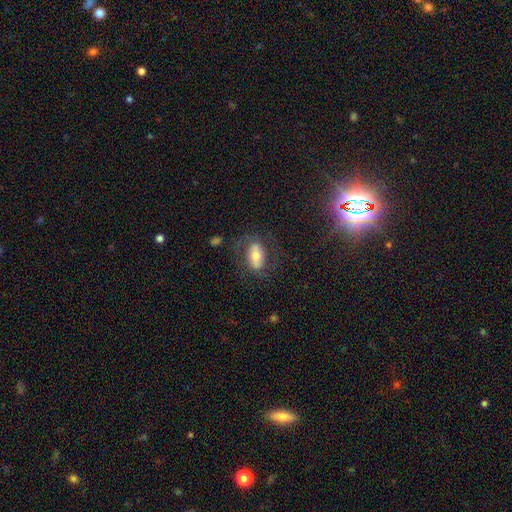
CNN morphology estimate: Smooth or featured: smooth — 46% (featured or disk — 38%)
Merging: none — 69% (minor disturbance — 16%)